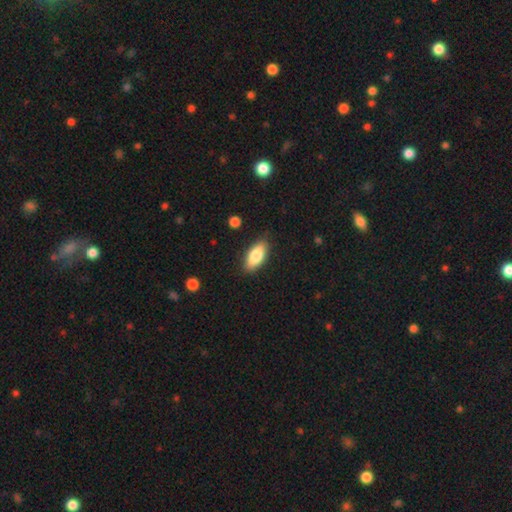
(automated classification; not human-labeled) Smooth or featured?
  - smooth: 81% *
  - featured or disk: 12%
  - star or artifact: 6%
How rounded?
  - in between: 85% *
  - cigar-shaped: 12%
  - round: 2%
Merging?
  - none: 85% *
  - minor disturbance: 11%
  - major disturbance: 2%
  - merger: 1%